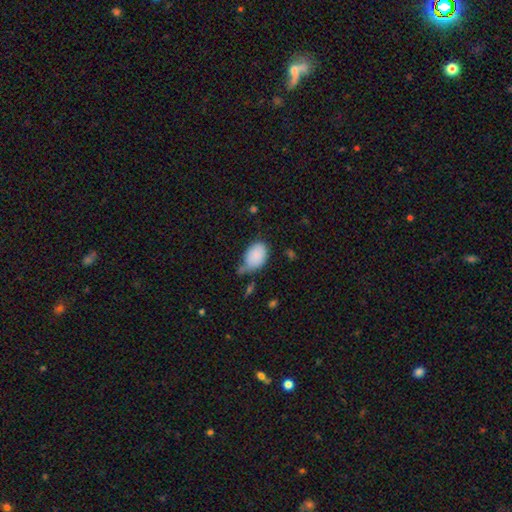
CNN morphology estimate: smooth-or-featured: smooth: 86% | star or artifact: 7% | featured or disk: 7%
  how-rounded: in between: 82% | round: 17% | cigar-shaped: 1%
  merging: none: 41% | minor disturbance: 35% | major disturbance: 13% | merger: 11%